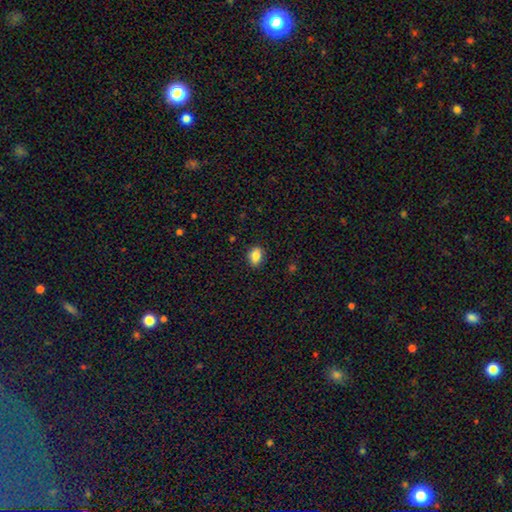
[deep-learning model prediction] Smooth or featured? smooth (85%)
How rounded? in between (77%)
Merging? none (86%)